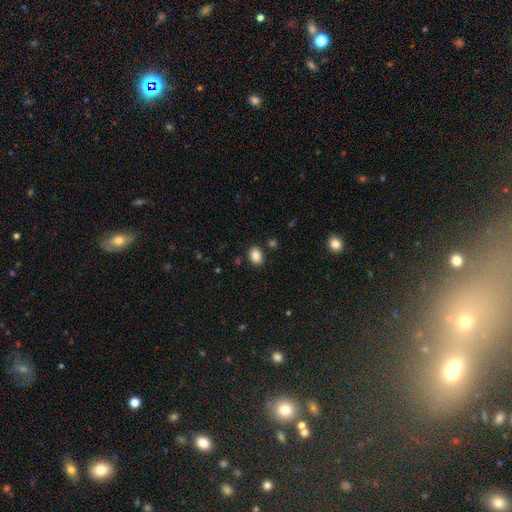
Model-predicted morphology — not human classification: A smooth galaxy with no disk features (87%) that is in between round and cigar-shaped (78%). Merging: none (85%).